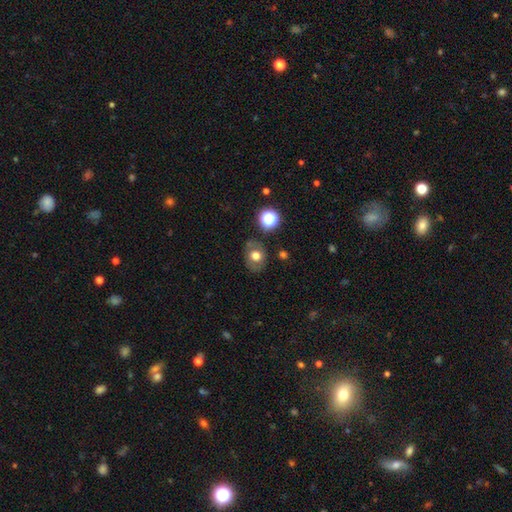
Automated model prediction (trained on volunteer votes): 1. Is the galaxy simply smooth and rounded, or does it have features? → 64% smooth, 24% featured or disk, 12% star or artifact.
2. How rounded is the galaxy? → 54% in between, 45% round, 1% cigar-shaped.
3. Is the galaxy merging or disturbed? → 75% none, 16% minor disturbance, 5% major disturbance, 4% merger.